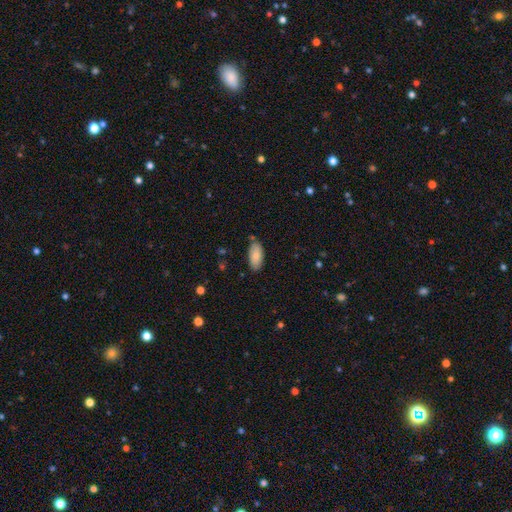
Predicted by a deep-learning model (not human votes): A smooth galaxy with no disk features (85%) that is in between round and cigar-shaped (92%).

Vote fractions:
- Smooth or featured? smooth: 85% / featured or disk: 9% / star or artifact: 6%
- How rounded? in between: 92% / cigar-shaped: 7% / round: 2%
- Merging? none: 79% / minor disturbance: 15% / merger: 3% / major disturbance: 3%